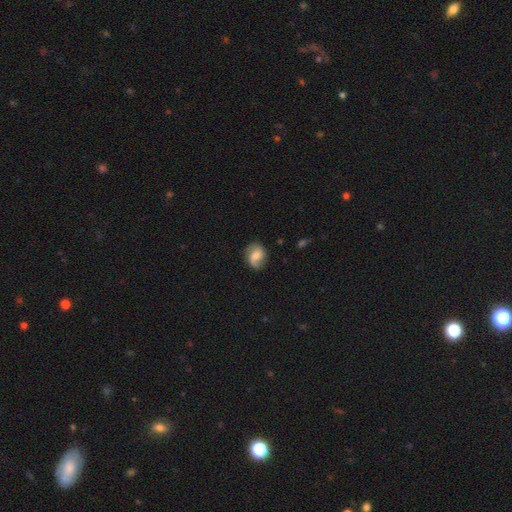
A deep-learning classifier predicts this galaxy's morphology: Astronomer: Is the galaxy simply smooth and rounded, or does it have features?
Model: featured or disk — 59%.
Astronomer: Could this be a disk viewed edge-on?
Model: no — 97%.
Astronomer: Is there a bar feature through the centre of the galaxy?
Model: no — 51% (runner-up: weak, 41%).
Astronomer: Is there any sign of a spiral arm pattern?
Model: yes — 91%.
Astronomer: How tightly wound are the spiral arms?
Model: medium — 41% (runner-up: loose, 40%).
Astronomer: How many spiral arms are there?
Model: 2 — 69%.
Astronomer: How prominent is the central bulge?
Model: moderate — 47% (runner-up: small, 27%).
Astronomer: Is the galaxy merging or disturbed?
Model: none — 71%.